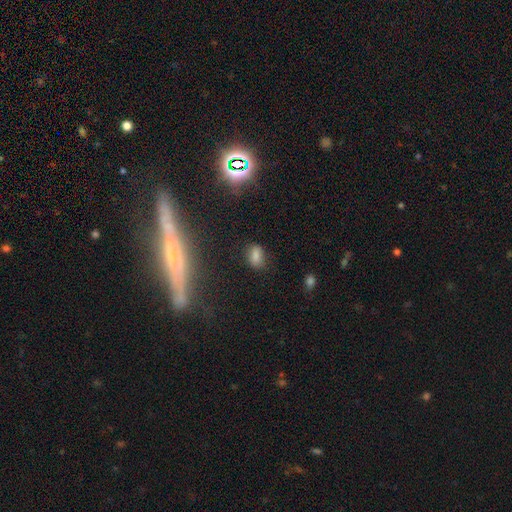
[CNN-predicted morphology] smooth_or_featured: smooth (p=0.79) [alt: star or artifact p=0.15]
how_rounded: in between (p=0.82) [alt: round p=0.15]
merging: none (p=0.77) [alt: minor disturbance p=0.16]